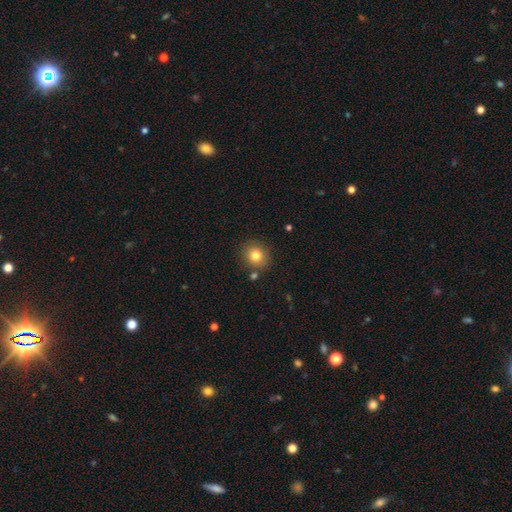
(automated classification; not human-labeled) A smooth galaxy with no disk features (81%) that is round (84%).

Vote fractions:
- Smooth or featured? smooth: 81% / star or artifact: 11% / featured or disk: 8%
- How rounded? round: 84% / in between: 15% / cigar-shaped: 1%
- Merging? none: 84% / minor disturbance: 8% / merger: 5% / major disturbance: 3%